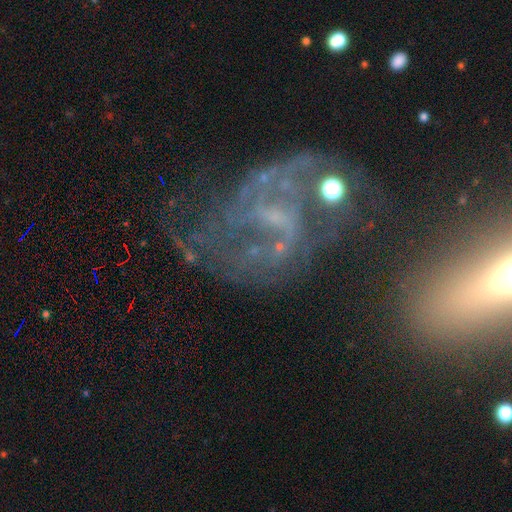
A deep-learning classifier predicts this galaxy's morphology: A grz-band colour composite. It shows a featured or disk galaxy (76%) with a weak bar (42%), 2 (64%) loose (41%, tied with medium) spiral arms (73%) and no central bulge (46%). Merging: none (39%).